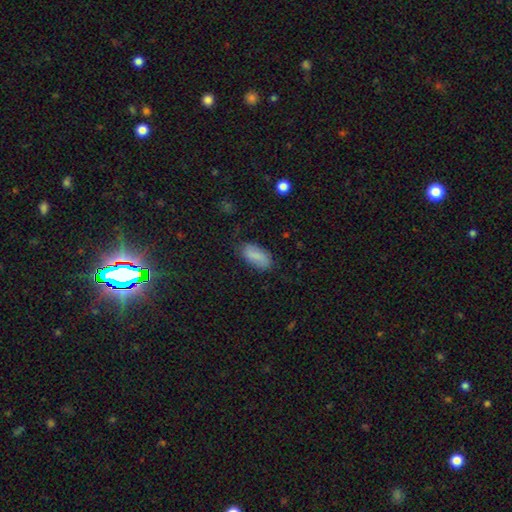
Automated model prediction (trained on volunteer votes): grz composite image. It shows a smooth galaxy with no disk features (83%) that is in between round and cigar-shaped (91%). Merging: none (75%).